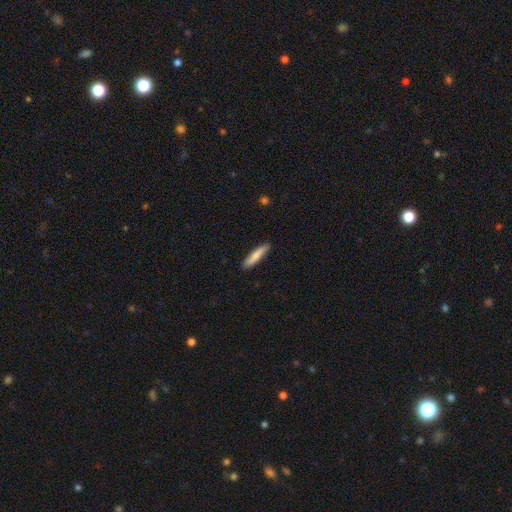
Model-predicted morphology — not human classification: smooth 80%, featured or disk 15%, star or artifact 5%. Down the decision tree: how rounded — cigar-shaped (86%); merging — none (89%).